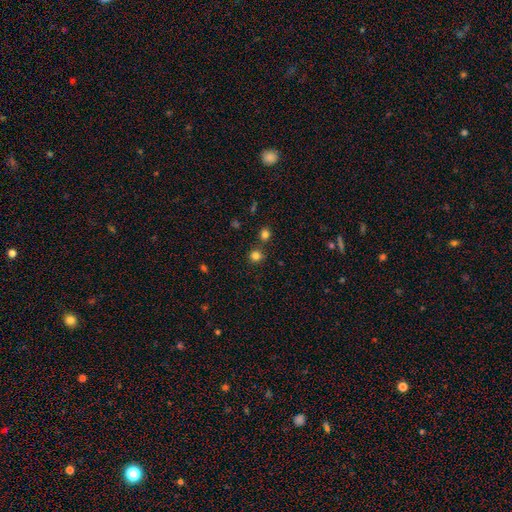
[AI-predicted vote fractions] The model was most divided on "merging": none: 76%, merger: 13%, minor disturbance: 8%, major disturbance: 3%. More confident: how rounded — round (89%); smooth or featured — smooth (79%).